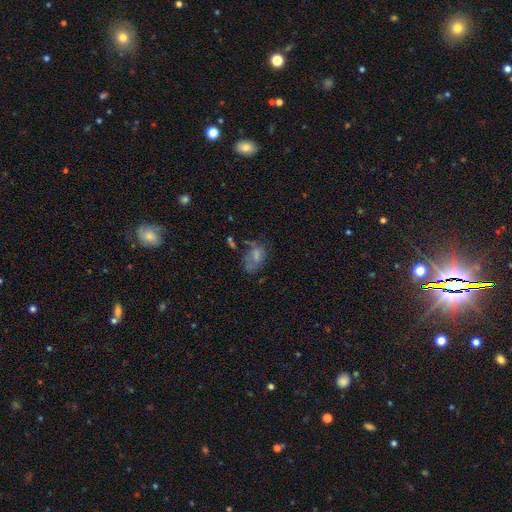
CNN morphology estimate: Q: Smooth or featured?
A: smooth (59%); runner-up: featured or disk (27%)
Q: How rounded?
A: in between (86%); runner-up: round (11%)
Q: Merging?
A: none (34%); runner-up: major disturbance (30%)